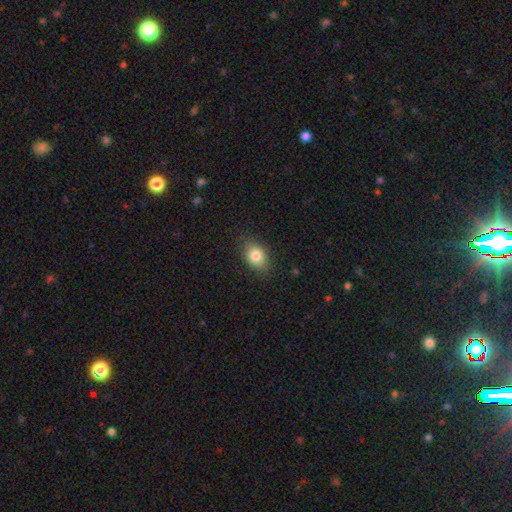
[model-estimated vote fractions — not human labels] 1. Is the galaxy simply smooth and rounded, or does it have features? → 82% smooth, 9% star or artifact, 9% featured or disk.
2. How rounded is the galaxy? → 71% in between, 27% round, 2% cigar-shaped.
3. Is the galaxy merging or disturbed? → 82% none, 14% minor disturbance, 3% major disturbance, 1% merger.